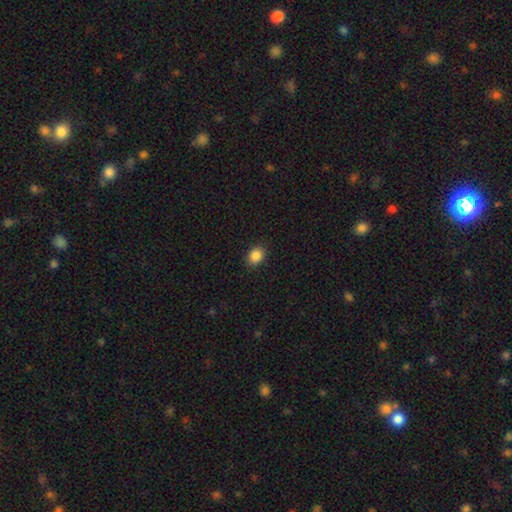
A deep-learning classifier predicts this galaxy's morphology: Overall: smooth (87%). How rounded: in between (53%; round 46%). Merging: none (87%).